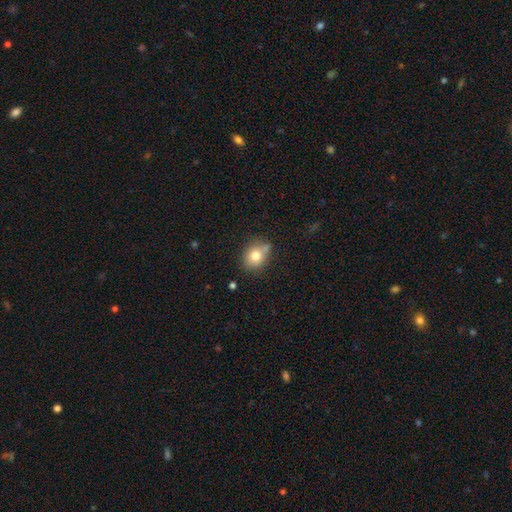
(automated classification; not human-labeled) smooth 78%, featured or disk 12%, star or artifact 10%. Down the decision tree: how rounded — round (59%); merging — none (67%).